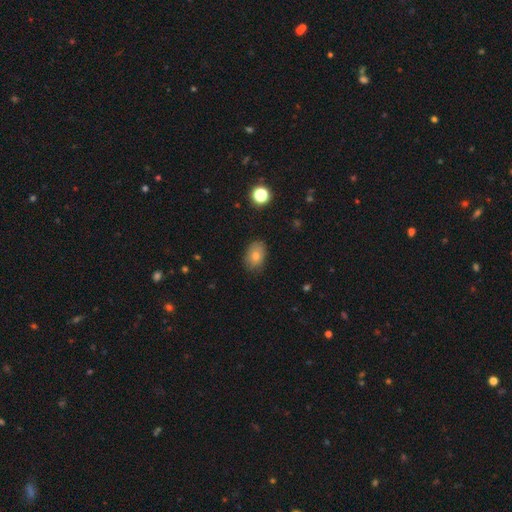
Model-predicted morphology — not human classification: This is likely a smooth galaxy (74%). How rounded: clearly in between (81%). Merging: clearly none (83%).